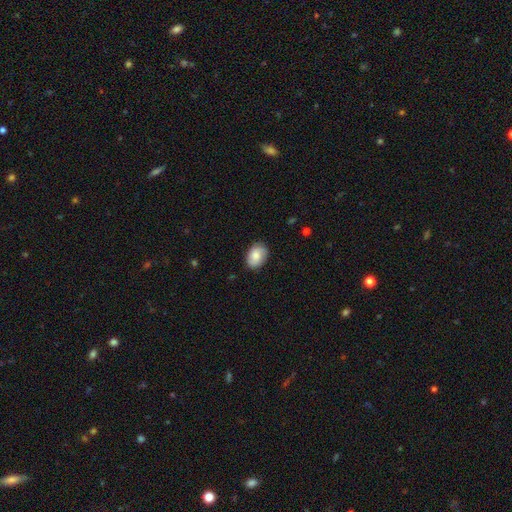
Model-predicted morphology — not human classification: A smooth galaxy with no disk features (74%) that is in between round and cigar-shaped (81%). Merging: none (81%).